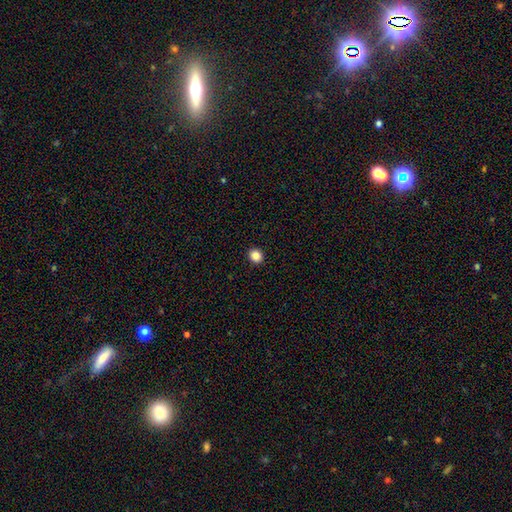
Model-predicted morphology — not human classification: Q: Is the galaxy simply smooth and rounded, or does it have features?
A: smooth — 86%.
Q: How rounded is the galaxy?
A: round — 78%.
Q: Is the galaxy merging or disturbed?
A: none — 93%.